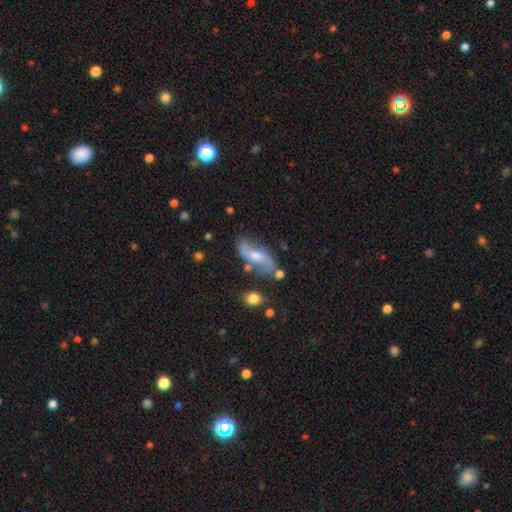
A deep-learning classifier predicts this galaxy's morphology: Q: Smooth or featured?
A: featured or disk (77%); runner-up: smooth (16%)
Q: Edge-on disk?
A: no (92%); runner-up: yes (8%)
Q: Bar?
A: no (44%); runner-up: weak (40%)
Q: Spiral arms?
A: yes (92%); runner-up: no (8%)
Q: Spiral winding?
A: loose (68%); runner-up: medium (25%)
Q: Spiral arm count?
A: 2 (91%); runner-up: can't tell (4%)
Q: Bulge size?
A: moderate (57%); runner-up: small (32%)
Q: Merging?
A: none (66%); runner-up: minor disturbance (19%)